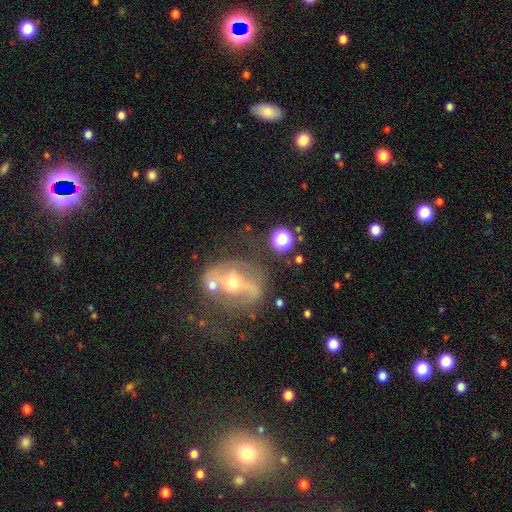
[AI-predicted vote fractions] smooth-or-featured: featured or disk: 42% | smooth: 32% | star or artifact: 26%
  merging: none: 41% | merger: 31% | major disturbance: 14% | minor disturbance: 14%